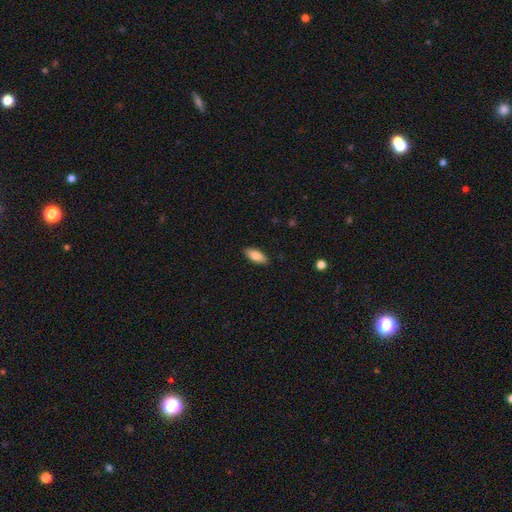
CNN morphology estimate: A smooth galaxy with no disk features (83%) that is in between round and cigar-shaped (84%). Merging: none (89%).